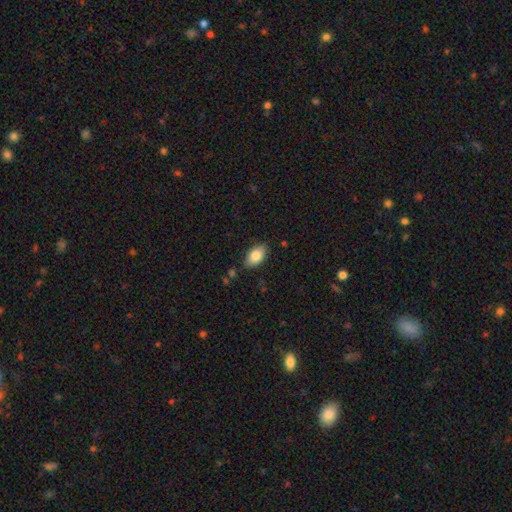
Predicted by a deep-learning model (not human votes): Smooth or featured: smooth — 82% (featured or disk — 11%)
How rounded: in between — 93% (round — 5%)
Merging: none — 83% (minor disturbance — 12%)